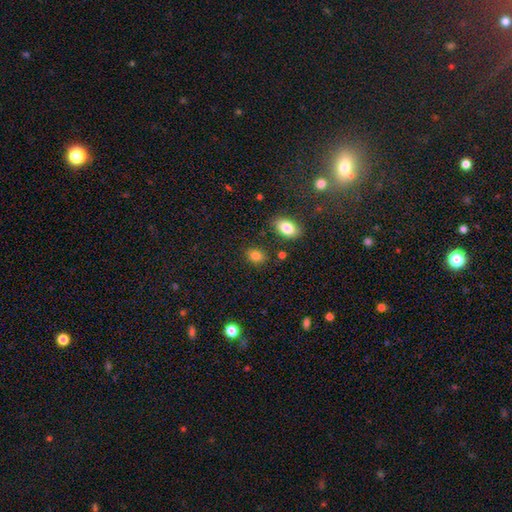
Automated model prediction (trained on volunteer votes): A smooth galaxy with no disk features (83%) that is in between round and cigar-shaped (61%). Merging: none (82%).